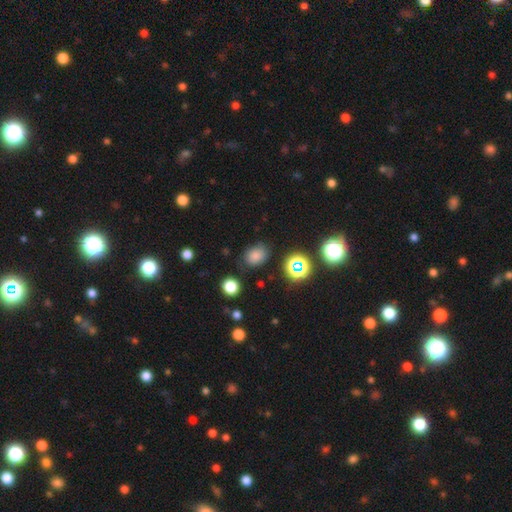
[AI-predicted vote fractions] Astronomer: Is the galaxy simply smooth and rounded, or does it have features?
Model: smooth — 76%.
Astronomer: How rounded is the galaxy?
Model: in between — 61% (runner-up: round, 38%).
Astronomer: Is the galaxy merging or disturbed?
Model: none — 74%.